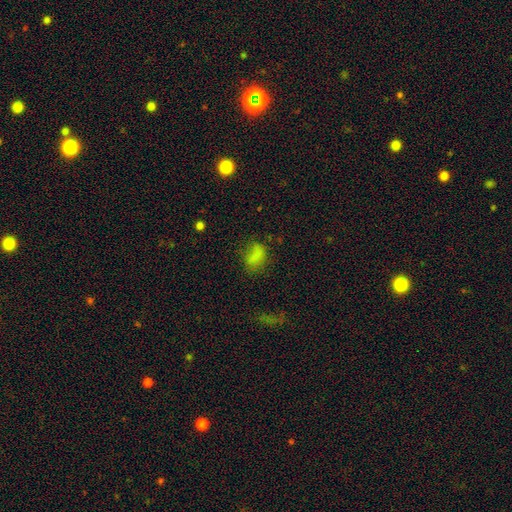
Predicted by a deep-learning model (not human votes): This appears to be a smooth galaxy with no disk features (74%) that is in between round and cigar-shaped (81%). Merging: none (54%).